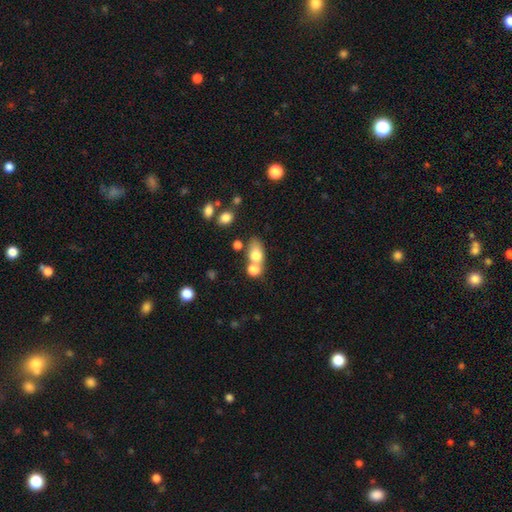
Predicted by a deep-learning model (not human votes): Morphology: type=smooth (73%); roundness=in between (67%); merging=merger (45%).